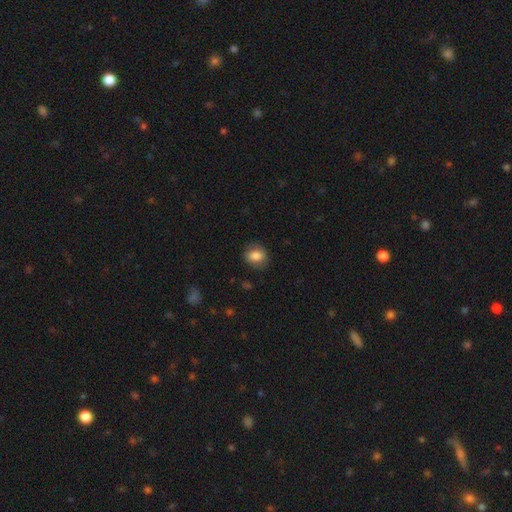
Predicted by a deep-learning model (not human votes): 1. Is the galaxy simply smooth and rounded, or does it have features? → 82% smooth, 9% featured or disk, 8% star or artifact.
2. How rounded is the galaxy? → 61% round, 38% in between, 1% cigar-shaped.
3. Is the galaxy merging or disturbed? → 82% none, 13% minor disturbance, 4% major disturbance, 1% merger.